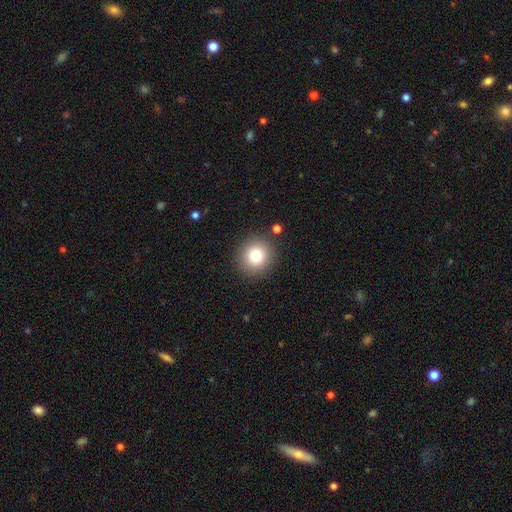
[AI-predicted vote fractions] smooth_or_featured: smooth (p=0.81) [alt: star or artifact p=0.11]
how_rounded: round (p=0.90) [alt: in between p=0.10]
merging: none (p=0.88) [alt: minor disturbance p=0.07]